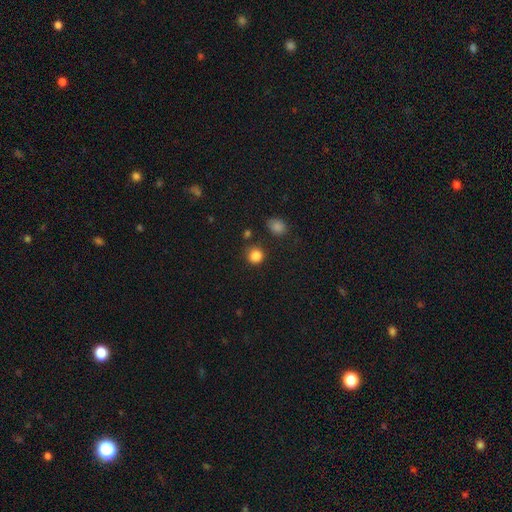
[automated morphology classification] smooth_or_featured: smooth (p=0.85) [alt: star or artifact p=0.11]
how_rounded: round (p=0.90) [alt: in between p=0.09]
merging: none (p=0.82) [alt: minor disturbance p=0.11]